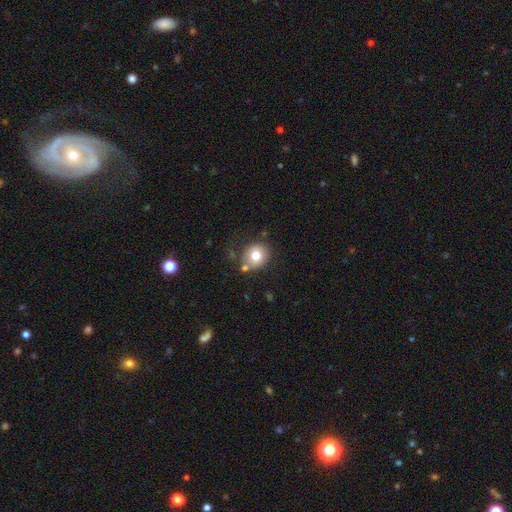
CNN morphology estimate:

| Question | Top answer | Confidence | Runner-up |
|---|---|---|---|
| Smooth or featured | smooth | 74% | featured or disk (15%) |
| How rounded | round | 80% | in between (19%) |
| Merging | none | 68% | minor disturbance (16%) |